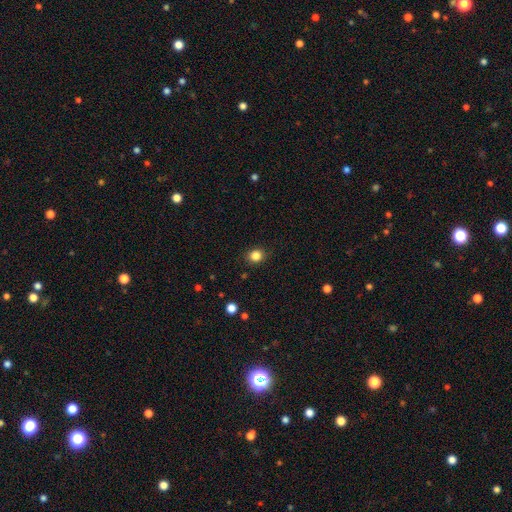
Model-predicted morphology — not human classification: Q: Smooth or featured?
A: smooth (84%); runner-up: star or artifact (12%)
Q: How rounded?
A: round (78%); runner-up: in between (22%)
Q: Merging?
A: none (88%); runner-up: minor disturbance (8%)